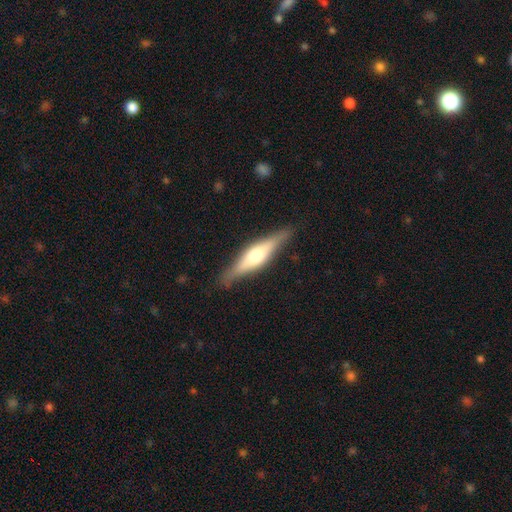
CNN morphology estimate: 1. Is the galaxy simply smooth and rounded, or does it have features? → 66% featured or disk, 29% smooth, 5% star or artifact.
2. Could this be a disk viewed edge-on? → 95% yes, 5% no.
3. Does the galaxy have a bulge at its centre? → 86% rounded, 11% boxy, 3% none.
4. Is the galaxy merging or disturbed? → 86% none, 10% minor disturbance, 2% major disturbance, 1% merger.